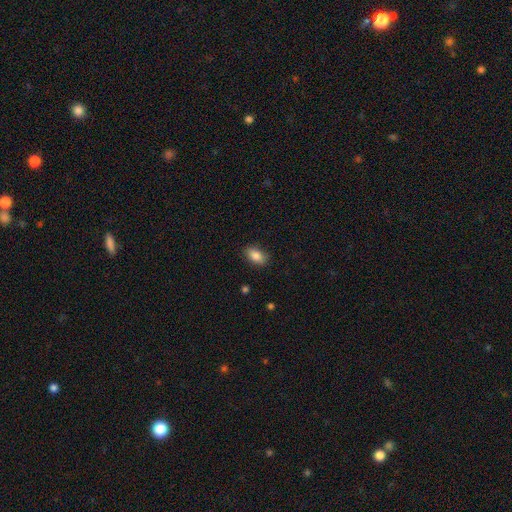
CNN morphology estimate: Smooth or featured: smooth — 86% (star or artifact — 8%)
How rounded: in between — 89% (round — 8%)
Merging: none — 85% (minor disturbance — 11%)